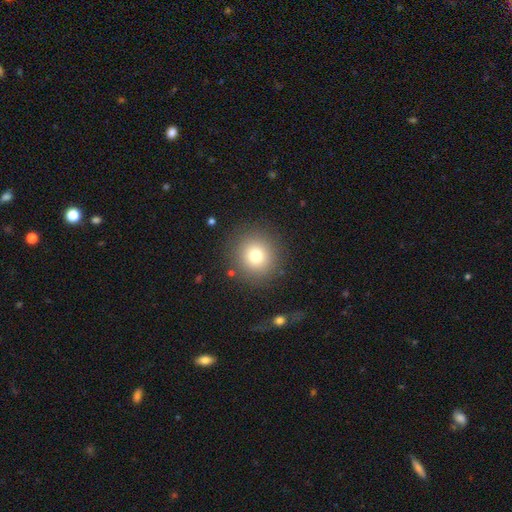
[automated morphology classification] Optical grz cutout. It shows a smooth galaxy with no disk features (76%) that is round (94%). Merging: none (87%).